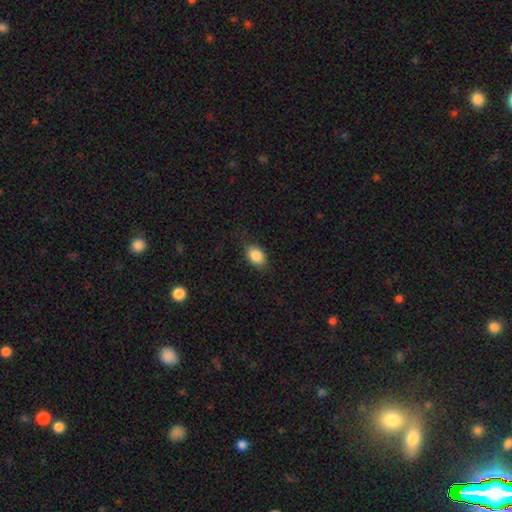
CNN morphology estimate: A smooth galaxy with no disk features (86%) that is in between round and cigar-shaped (70%). Merging: none (79%).